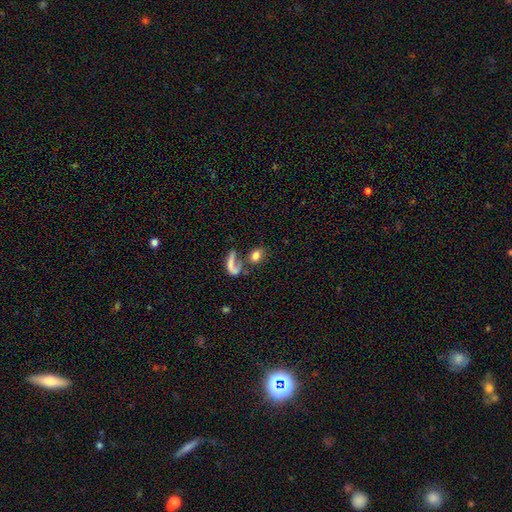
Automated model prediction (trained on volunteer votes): Overall: smooth (72%). How rounded: in between (65%; round 31%). Merging: none (43%; merger 31%).